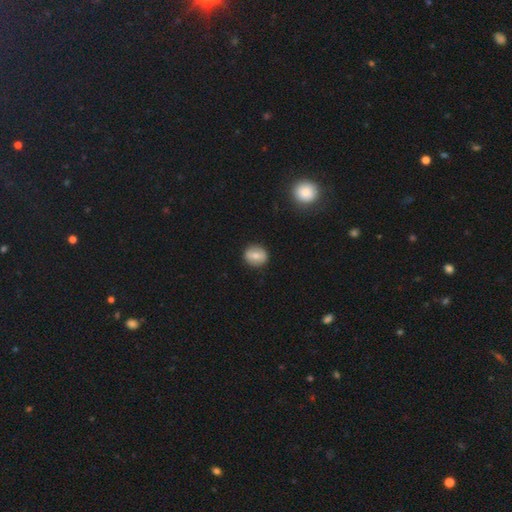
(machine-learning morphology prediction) Smooth or featured: smooth — 67% (featured or disk — 25%)
How rounded: round — 72% (in between — 26%)
Merging: none — 89% (minor disturbance — 8%)